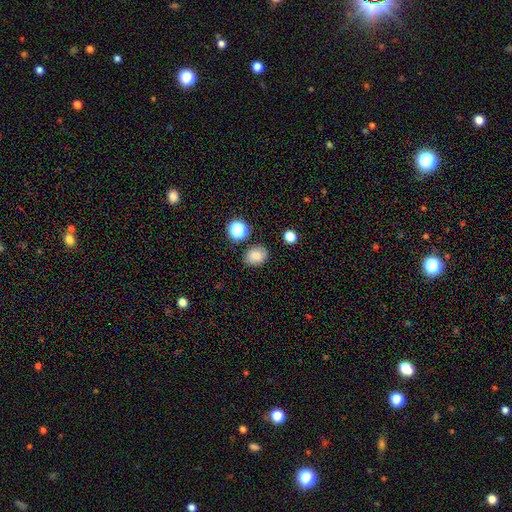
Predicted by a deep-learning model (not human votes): Smooth or featured? Predicted: smooth (p=0.75). How rounded? Predicted: in between (p=0.51). Merging? Predicted: none (p=0.80).